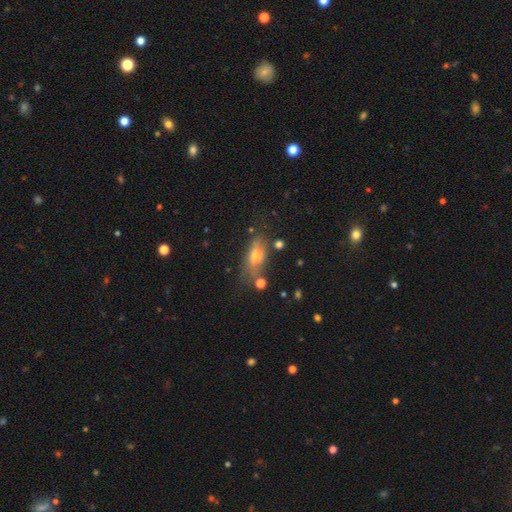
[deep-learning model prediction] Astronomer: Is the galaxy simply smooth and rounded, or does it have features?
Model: smooth — 56% (runner-up: featured or disk, 32%).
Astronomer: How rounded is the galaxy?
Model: in between — 70%.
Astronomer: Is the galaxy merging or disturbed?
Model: none — 61%.